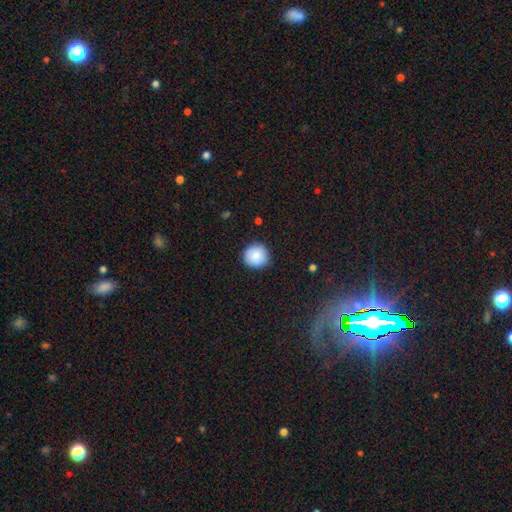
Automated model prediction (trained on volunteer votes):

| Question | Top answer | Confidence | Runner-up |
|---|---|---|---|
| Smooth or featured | smooth | 87% | star or artifact (8%) |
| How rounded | round | 94% | in between (5%) |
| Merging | none | 90% | minor disturbance (7%) |